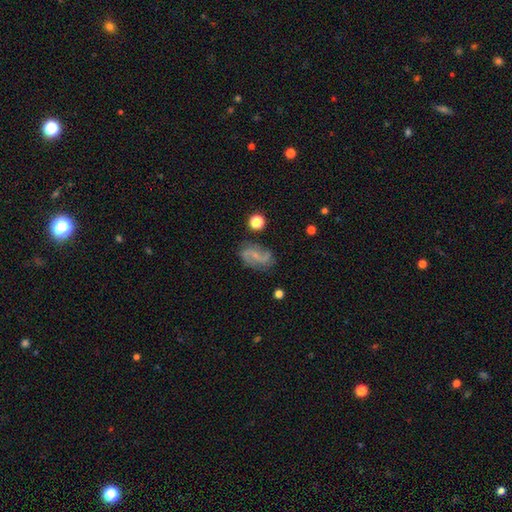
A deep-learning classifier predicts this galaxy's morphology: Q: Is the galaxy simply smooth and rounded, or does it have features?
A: featured or disk — 74%.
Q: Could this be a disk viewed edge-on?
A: no — 97%.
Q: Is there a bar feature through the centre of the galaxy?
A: weak — 45%.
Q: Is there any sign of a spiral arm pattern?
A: yes — 92%.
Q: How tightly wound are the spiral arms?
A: loose — 59%.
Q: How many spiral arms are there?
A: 2 — 89%.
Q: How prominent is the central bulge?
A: small — 59%.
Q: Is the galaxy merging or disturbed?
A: none — 74%.